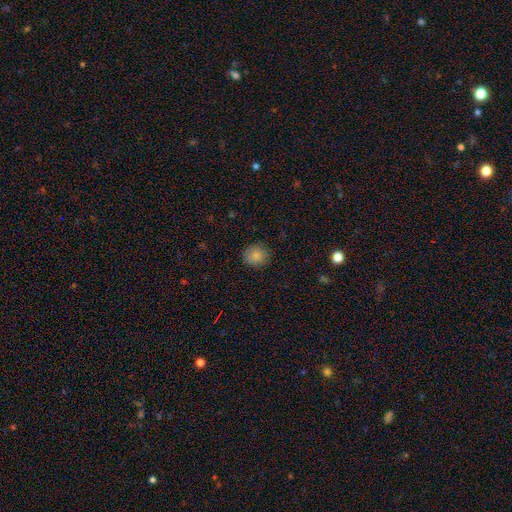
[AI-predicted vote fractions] Q: Smooth or featured?
A: smooth (85%); runner-up: star or artifact (10%)
Q: How rounded?
A: round (83%); runner-up: in between (16%)
Q: Merging?
A: none (86%); runner-up: minor disturbance (10%)